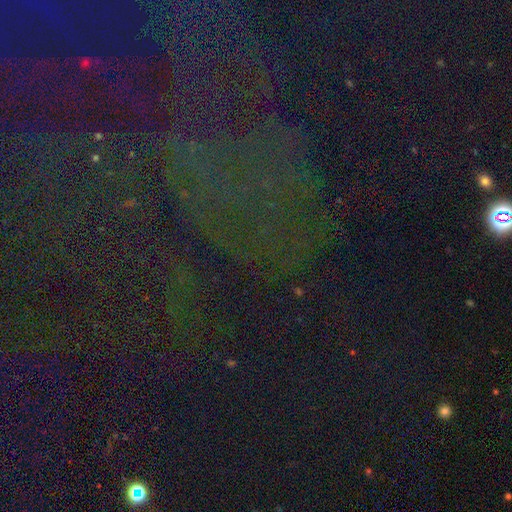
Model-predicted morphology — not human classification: smooth-or-featured: star or artifact: 83% | smooth: 9% | featured or disk: 8%